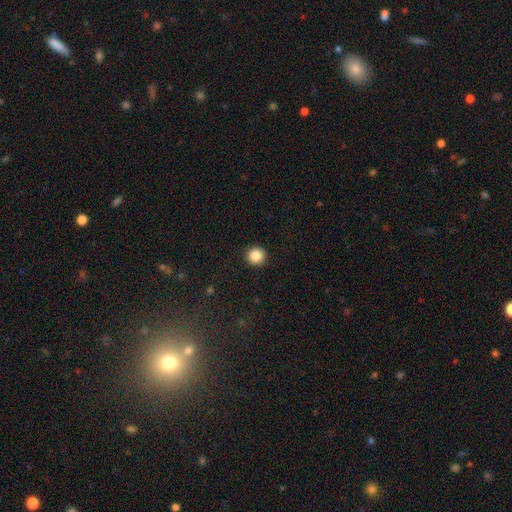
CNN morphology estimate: smooth-or-featured: smooth: 86% | star or artifact: 10% | featured or disk: 4%
  how-rounded: round: 95% | in between: 4% | cigar-shaped: 1%
  merging: none: 93% | minor disturbance: 4% | major disturbance: 2% | merger: 1%